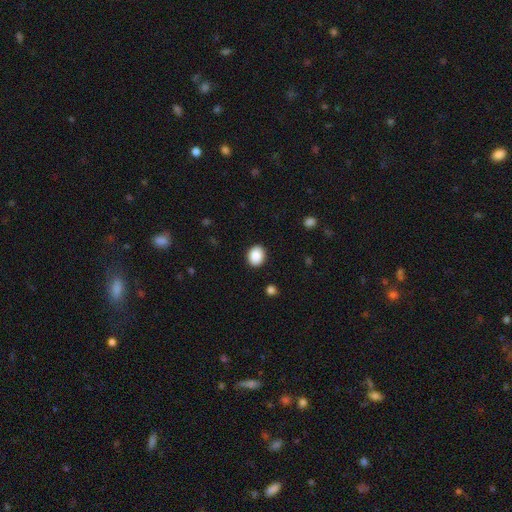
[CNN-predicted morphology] This appears to be a smooth galaxy with no disk features (88%) that is round (57%). Merging: none (91%).